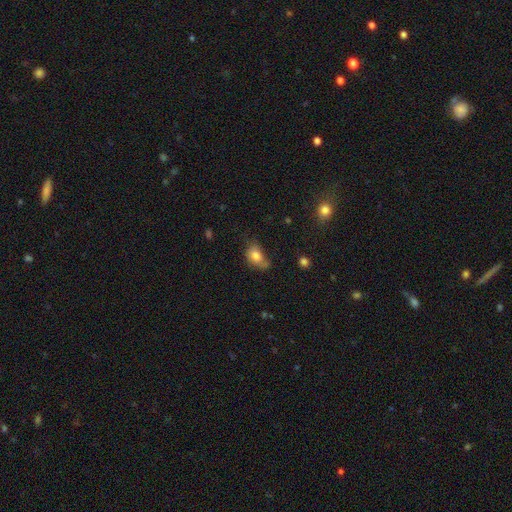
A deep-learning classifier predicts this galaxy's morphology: This appears to be a smooth galaxy with no disk features (76%) that is in between round and cigar-shaped (75%). Merging: none (37%).